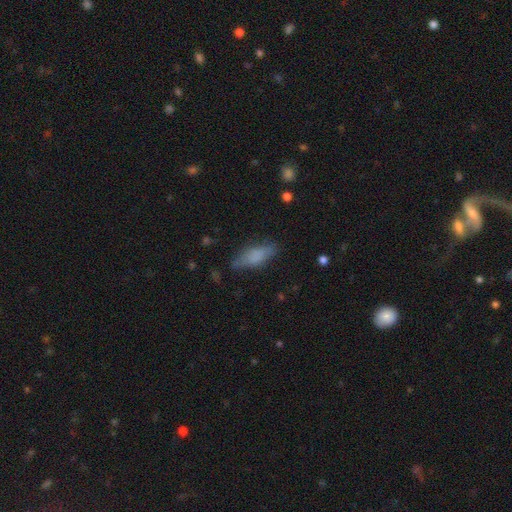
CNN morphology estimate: Smooth or featured?
  - smooth: 73% *
  - featured or disk: 19%
  - star or artifact: 8%
How rounded?
  - in between: 65% *
  - cigar-shaped: 32%
  - round: 3%
Merging?
  - none: 71% *
  - minor disturbance: 21%
  - major disturbance: 7%
  - merger: 2%